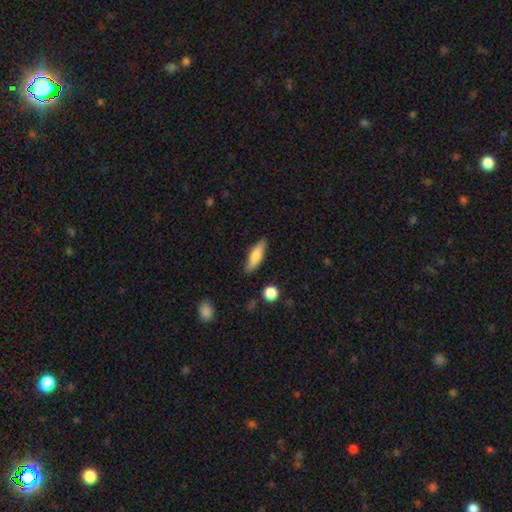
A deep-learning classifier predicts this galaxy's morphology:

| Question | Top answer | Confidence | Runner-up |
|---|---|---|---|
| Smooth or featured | smooth | 73% | featured or disk (21%) |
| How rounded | cigar-shaped | 64% | in between (34%) |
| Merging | none | 86% | minor disturbance (10%) |